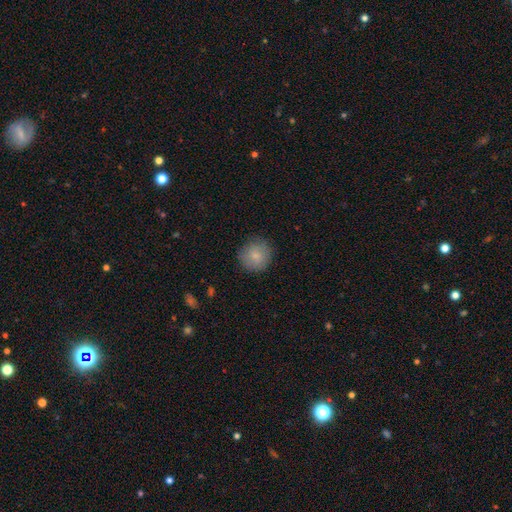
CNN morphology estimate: smooth-or-featured: smooth: 83% | featured or disk: 10% | star or artifact: 7%
  how-rounded: round: 92% | in between: 7% | cigar-shaped: 1%
  merging: none: 83% | minor disturbance: 13% | major disturbance: 3% | merger: 1%